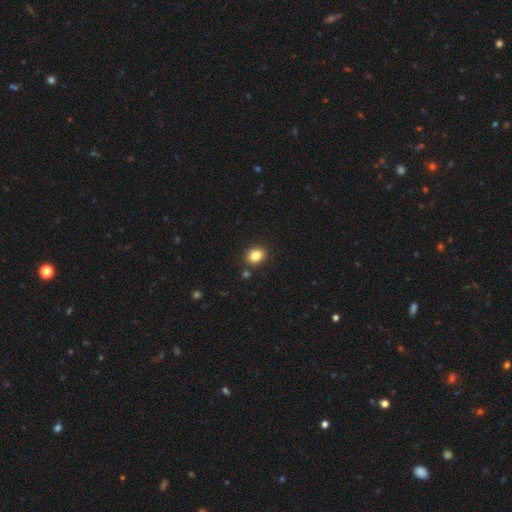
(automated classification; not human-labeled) The model was most divided on "how rounded": in between: 51%, round: 48%, cigar-shaped: 1%. More confident: merging — none (85%); smooth or featured — smooth (84%).